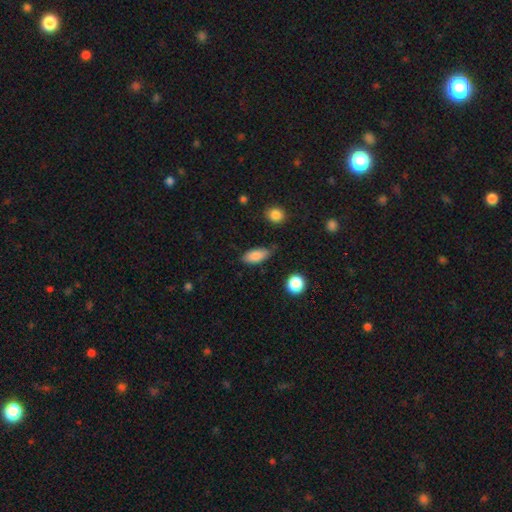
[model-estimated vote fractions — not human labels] Smooth or featured?
  - smooth: 84% *
  - featured or disk: 8%
  - star or artifact: 8%
How rounded?
  - in between: 87% *
  - cigar-shaped: 9%
  - round: 3%
Merging?
  - none: 72% *
  - minor disturbance: 21%
  - major disturbance: 4%
  - merger: 3%